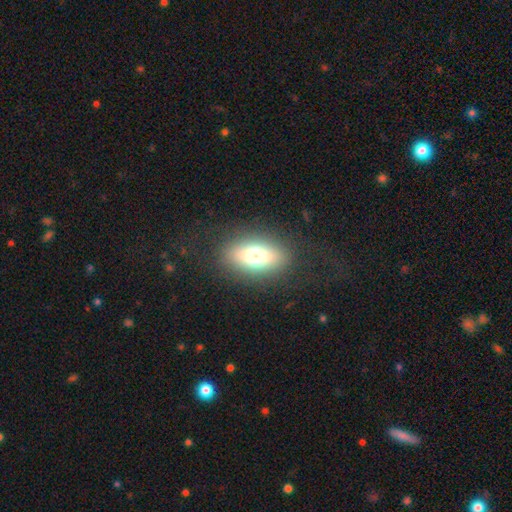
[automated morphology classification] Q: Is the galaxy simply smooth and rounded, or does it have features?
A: smooth — 68%.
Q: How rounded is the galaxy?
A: in between — 78%.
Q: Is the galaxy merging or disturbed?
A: none — 86%.